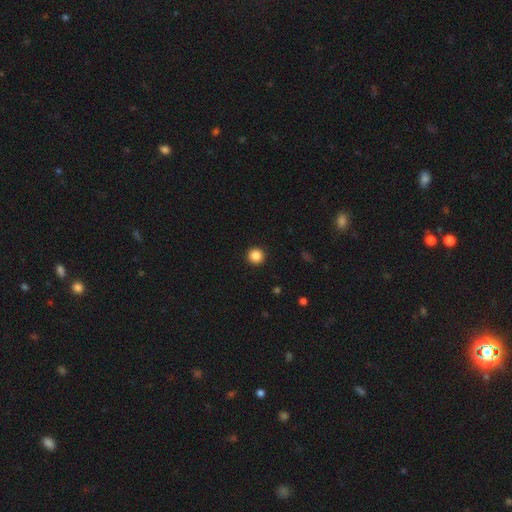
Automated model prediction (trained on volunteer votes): This is clearly a smooth galaxy (87%). How rounded: clearly round (96%). Merging: clearly none (94%).